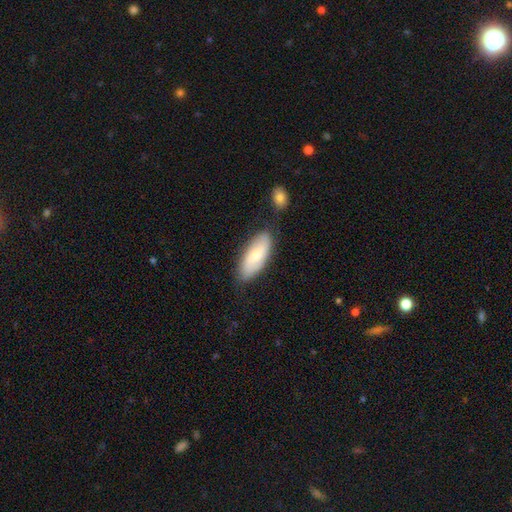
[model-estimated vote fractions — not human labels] Smooth or featured? smooth (57%)
How rounded? in between (80%)
Merging? none (78%)